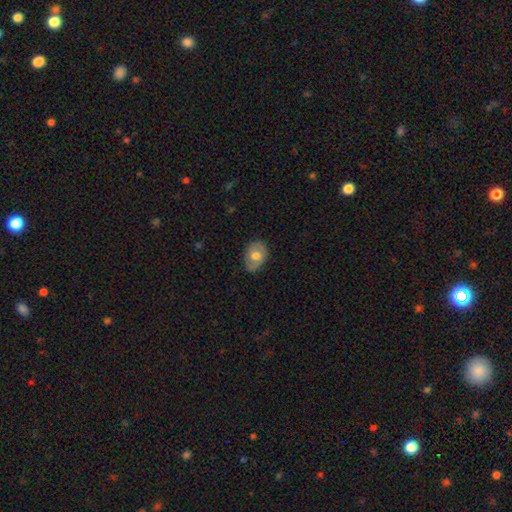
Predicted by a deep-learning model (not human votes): Smooth or featured? Predicted: smooth (p=0.60). How rounded? Predicted: in between (p=0.71). Merging? Predicted: none (p=0.69).